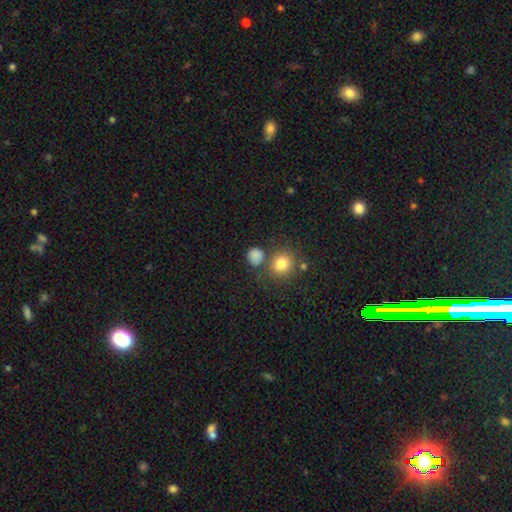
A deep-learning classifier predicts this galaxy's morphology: smooth_or_featured: smooth (p=0.82) [alt: star or artifact p=0.13]
how_rounded: round (p=0.82) [alt: in between p=0.17]
merging: none (p=0.71) [alt: merger p=0.13]